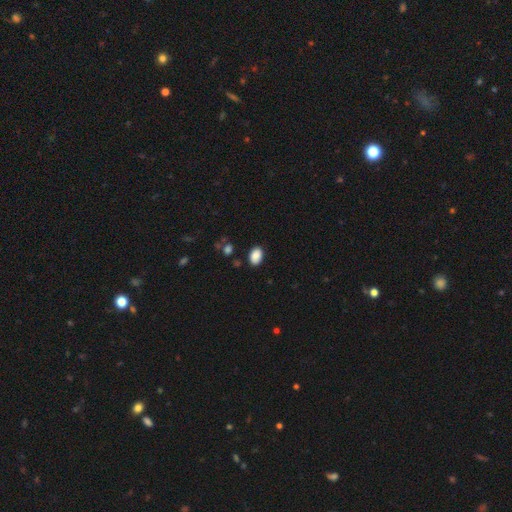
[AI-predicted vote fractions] This appears to be a smooth galaxy with no disk features (88%) that is in between round and cigar-shaped (83%). Merging: none (83%).